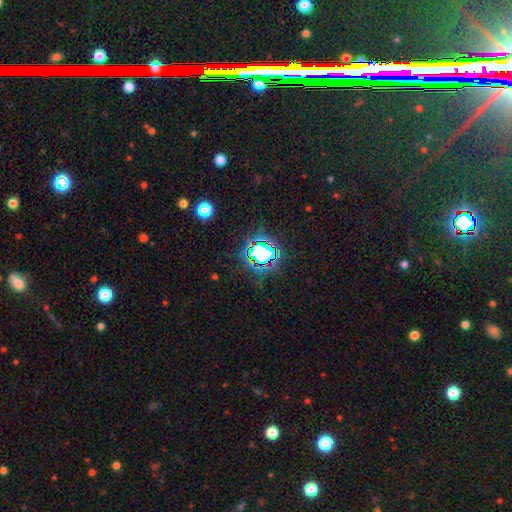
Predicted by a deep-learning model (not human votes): A star or artifact, not a galaxy (67%).

Vote fractions:
- Smooth or featured? star or artifact: 67% / smooth: 21% / featured or disk: 12%